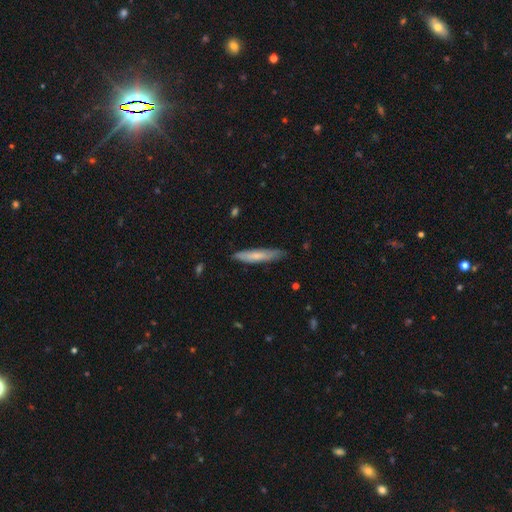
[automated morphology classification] Smooth or featured? smooth (67%)
How rounded? cigar-shaped (88%)
Merging? none (80%)